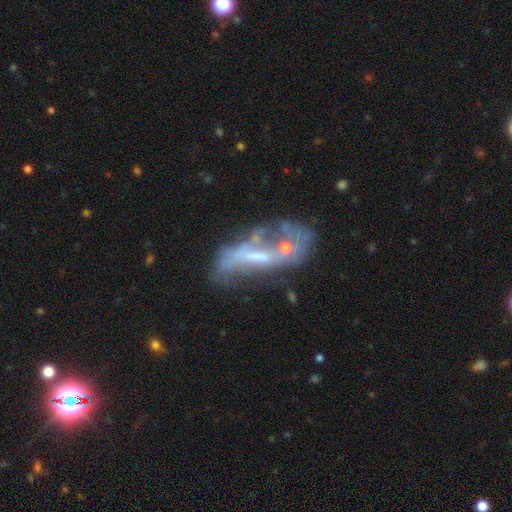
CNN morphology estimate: Smooth or featured: featured or disk — 60% (smooth — 28%)
Edge-on disk: no — 85% (yes — 15%)
Bar: no — 53% (weak — 25%)
Spiral arms: no — 74% (yes — 26%)
Bulge size: none — 35% (small — 32%)
Merging: merger — 30% (major disturbance — 29%)